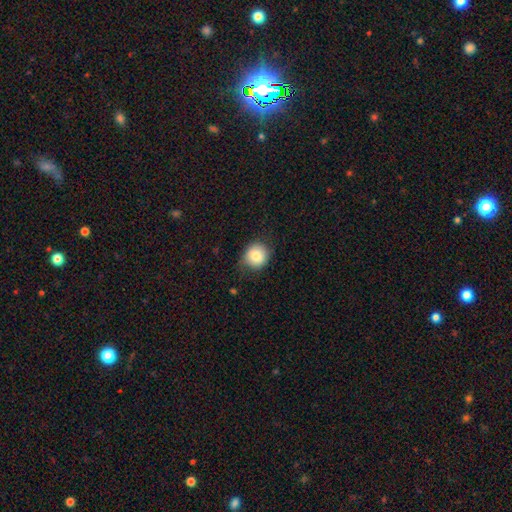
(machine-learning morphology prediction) smooth 82%, featured or disk 9%, star or artifact 9%. Down the decision tree: how rounded — round (86%); merging — none (74%).